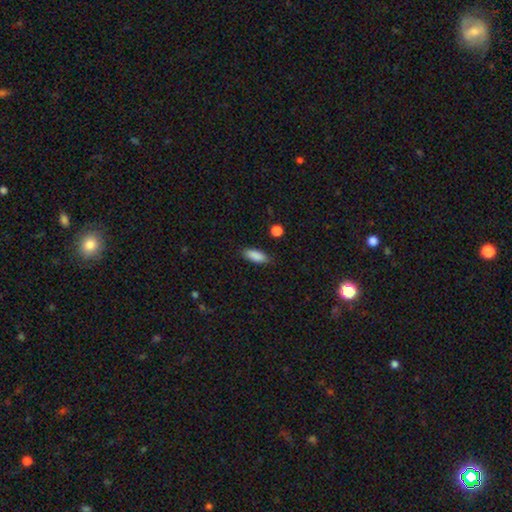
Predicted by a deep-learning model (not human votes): smooth_or_featured: smooth (p=0.88) [alt: star or artifact p=0.07]
how_rounded: in between (p=0.73) [alt: cigar-shaped p=0.25]
merging: none (p=0.84) [alt: minor disturbance p=0.12]